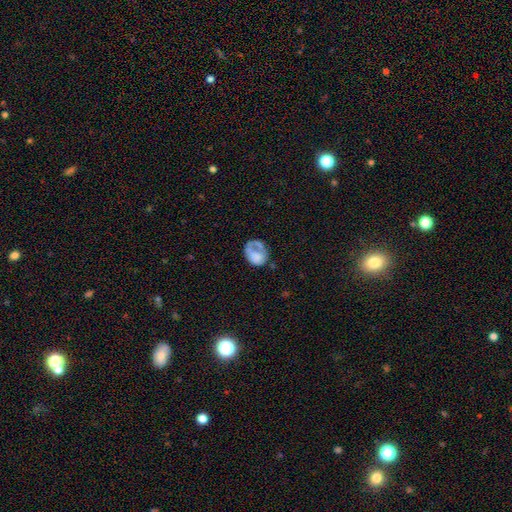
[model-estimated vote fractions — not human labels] Morphology: type=smooth (55%); roundness=in between (56%); merging=none (34%).